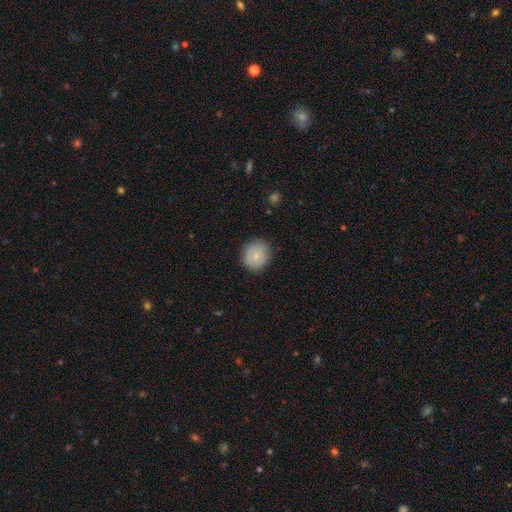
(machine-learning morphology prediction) The model was most divided on "how rounded": round: 79%, in between: 20%, cigar-shaped: 1%. More confident: merging — none (82%); smooth or featured — smooth (77%).